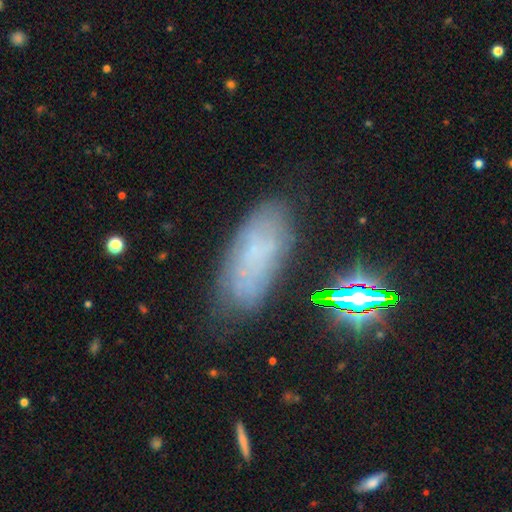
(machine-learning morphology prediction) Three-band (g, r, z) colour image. It shows a smooth galaxy with no disk features (51%) that is in between round and cigar-shaped (82%). Merging: none (69%).